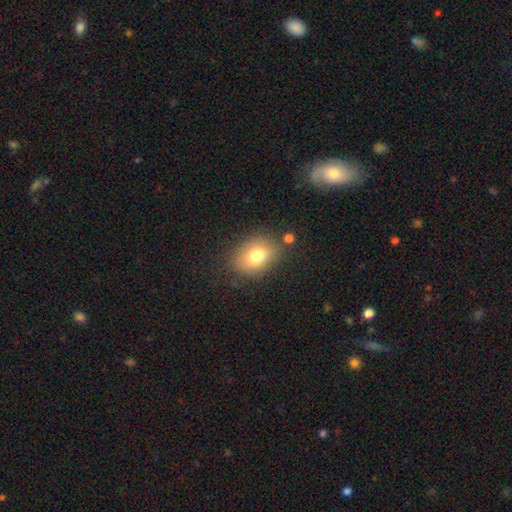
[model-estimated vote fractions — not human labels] Q: Smooth or featured?
A: smooth (77%); runner-up: featured or disk (14%)
Q: How rounded?
A: in between (74%); runner-up: round (25%)
Q: Merging?
A: none (76%); runner-up: minor disturbance (15%)